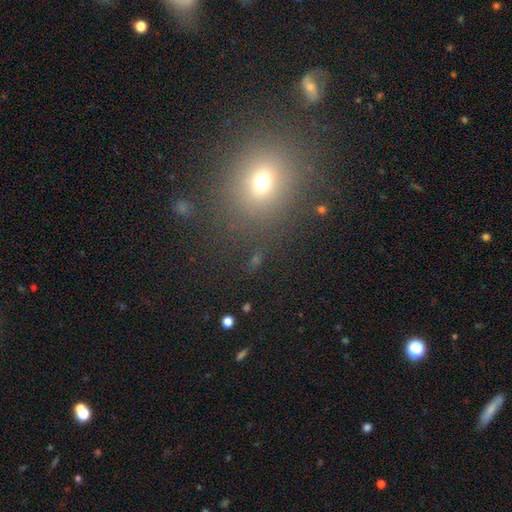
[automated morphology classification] Overall: smooth (53%; star or artifact 37%). How rounded: round (69%). Merging: none (84%).